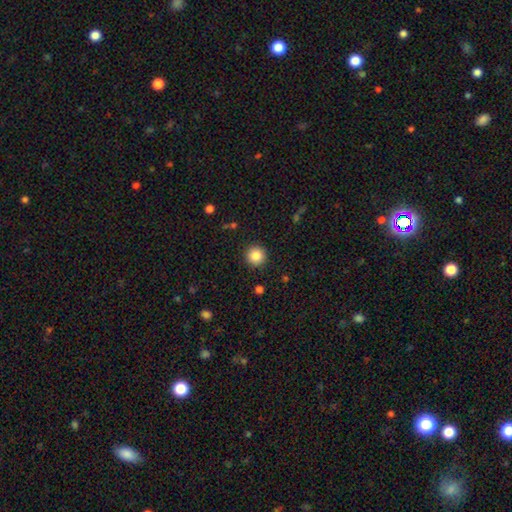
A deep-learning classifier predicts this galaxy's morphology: A smooth galaxy with no disk features (85%) that is round (96%).

Vote fractions:
- Smooth or featured? smooth: 85% / star or artifact: 10% / featured or disk: 5%
- How rounded? round: 96% / in between: 3% / cigar-shaped: 1%
- Merging? none: 92% / minor disturbance: 5% / major disturbance: 2% / merger: 1%